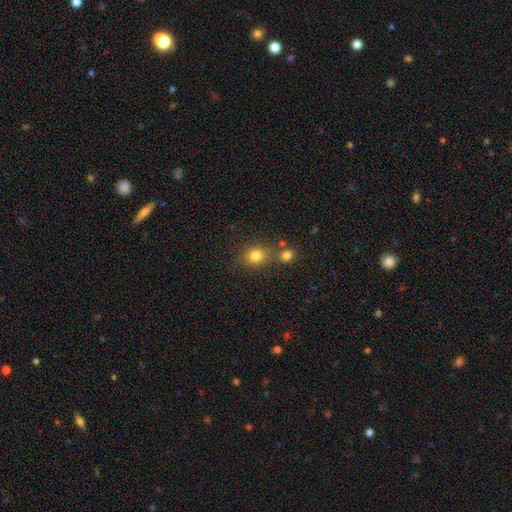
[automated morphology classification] Smooth or featured?
  - smooth: 80% *
  - star or artifact: 13%
  - featured or disk: 7%
How rounded?
  - round: 72% *
  - in between: 27%
  - cigar-shaped: 1%
Merging?
  - none: 61% *
  - merger: 25%
  - minor disturbance: 11%
  - major disturbance: 4%